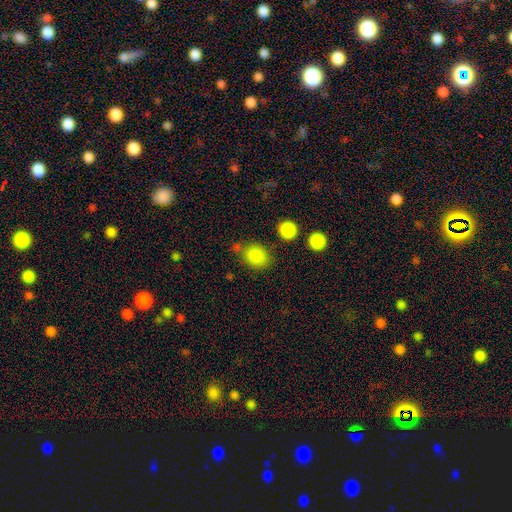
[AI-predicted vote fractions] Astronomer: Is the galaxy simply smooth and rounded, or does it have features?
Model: smooth — 85%.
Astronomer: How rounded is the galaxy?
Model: round — 57% (runner-up: in between, 41%).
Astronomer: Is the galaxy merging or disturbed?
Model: none — 71%.